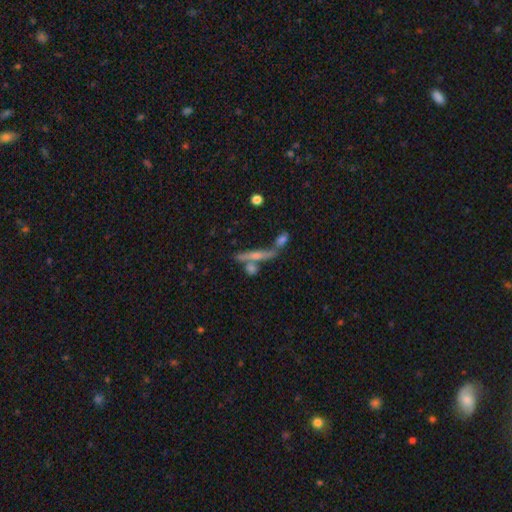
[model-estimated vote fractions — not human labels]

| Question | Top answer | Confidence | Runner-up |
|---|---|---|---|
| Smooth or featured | featured or disk | 58% | smooth (28%) |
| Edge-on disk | yes | 80% | no (20%) |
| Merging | none | 52% | merger (28%) |